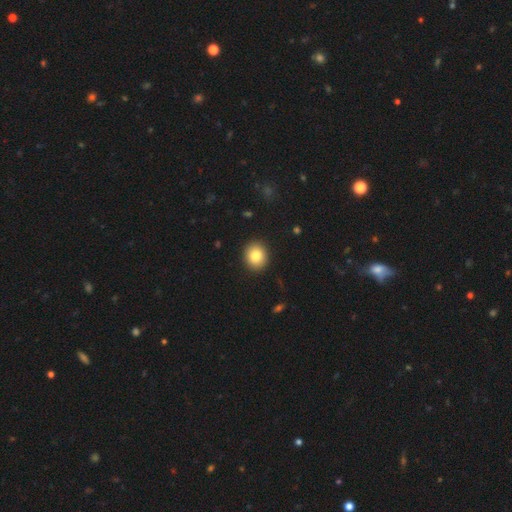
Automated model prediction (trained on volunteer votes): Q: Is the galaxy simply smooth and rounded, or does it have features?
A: smooth — 83%.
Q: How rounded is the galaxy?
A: round — 76%.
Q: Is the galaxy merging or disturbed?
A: none — 91%.